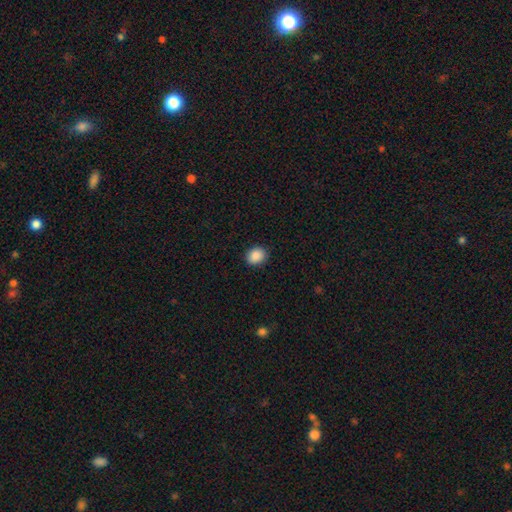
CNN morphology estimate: Smooth or featured? Predicted: smooth (p=0.89). How rounded? Predicted: round (p=0.56). Merging? Predicted: none (p=0.89).